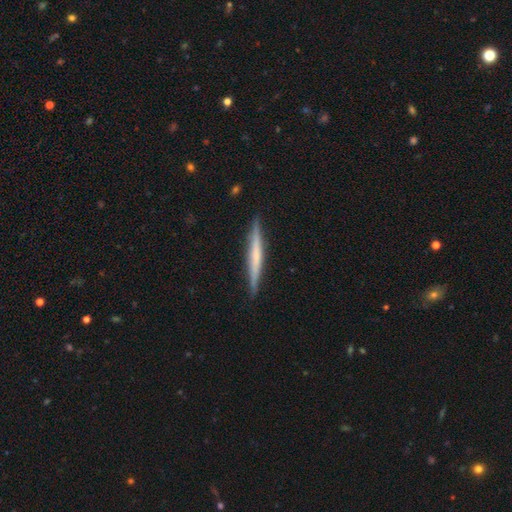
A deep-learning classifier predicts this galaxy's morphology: This is possibly a featured or disk galaxy (54%). It is clearly viewed edge-on (97%). Edge-on bulge: likely none (64%). Merging: clearly none (90%).